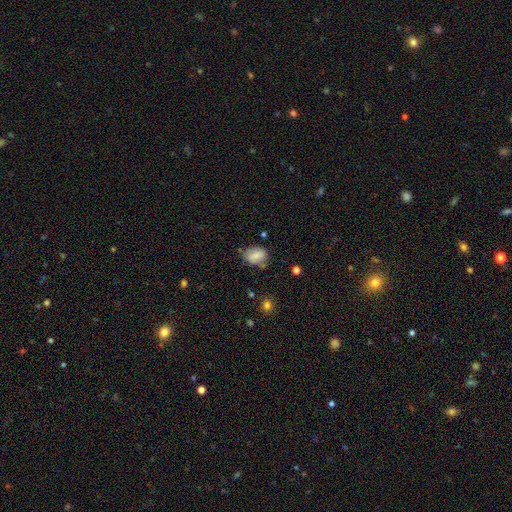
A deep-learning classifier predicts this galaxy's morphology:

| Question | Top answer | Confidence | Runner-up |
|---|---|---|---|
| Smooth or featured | smooth | 80% | featured or disk (12%) |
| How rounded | in between | 71% | round (28%) |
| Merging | none | 73% | minor disturbance (19%) |